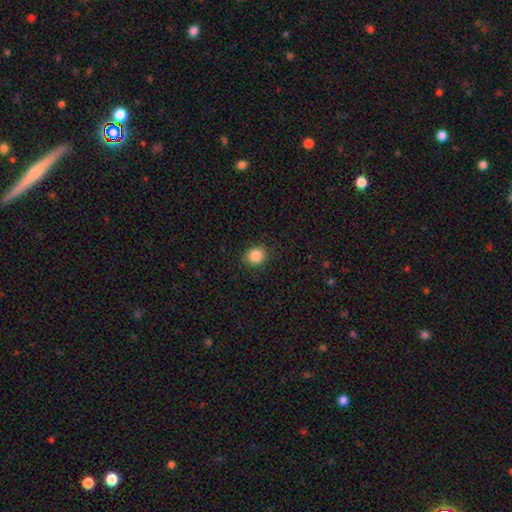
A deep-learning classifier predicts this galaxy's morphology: Smooth or featured?
  - smooth: 86% *
  - star or artifact: 10%
  - featured or disk: 4%
How rounded?
  - round: 83% *
  - in between: 16%
  - cigar-shaped: 1%
Merging?
  - none: 88% *
  - minor disturbance: 9%
  - major disturbance: 3%
  - merger: 1%